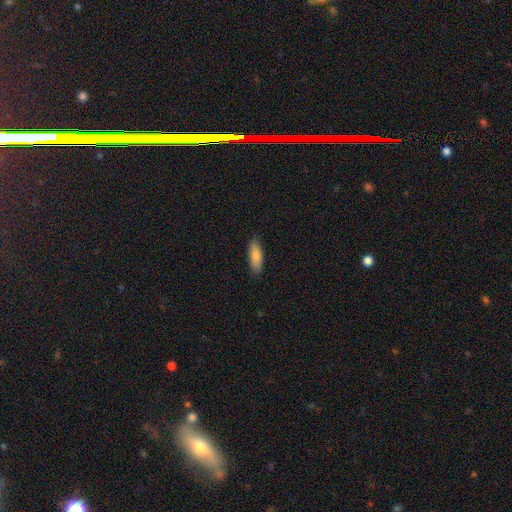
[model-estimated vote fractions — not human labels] smooth_or_featured: smooth (p=0.81) [alt: featured or disk p=0.13]
how_rounded: in between (p=0.67) [alt: cigar-shaped p=0.31]
merging: none (p=0.87) [alt: minor disturbance p=0.10]